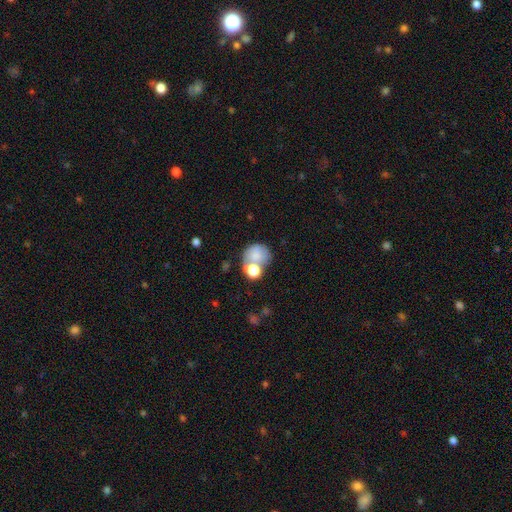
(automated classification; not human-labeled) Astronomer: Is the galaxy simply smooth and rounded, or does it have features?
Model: smooth — 72%.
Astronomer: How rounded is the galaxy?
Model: round — 65%.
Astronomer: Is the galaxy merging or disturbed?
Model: merger — 42% (runner-up: none, 34%).